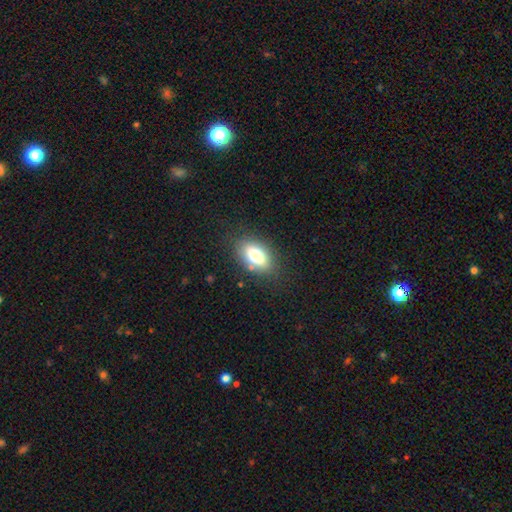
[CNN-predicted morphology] A smooth galaxy with no disk features (75%) that is in between round and cigar-shaped (87%).

Vote fractions:
- Smooth or featured? smooth: 75% / featured or disk: 15% / star or artifact: 9%
- How rounded? in between: 87% / round: 10% / cigar-shaped: 3%
- Merging? none: 82% / minor disturbance: 12% / major disturbance: 4% / merger: 2%